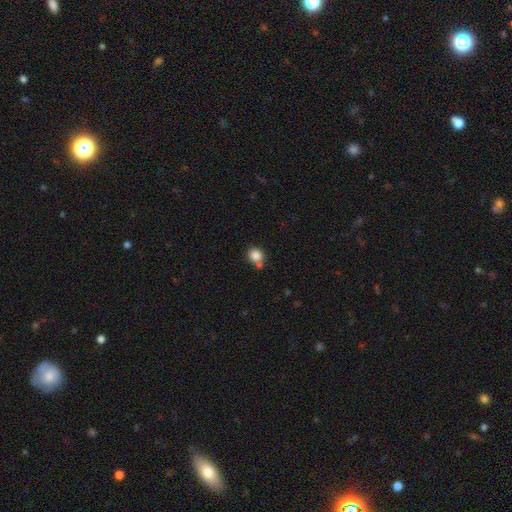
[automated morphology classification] type=smooth (84%); roundness=round (83%); merging=none (62%).